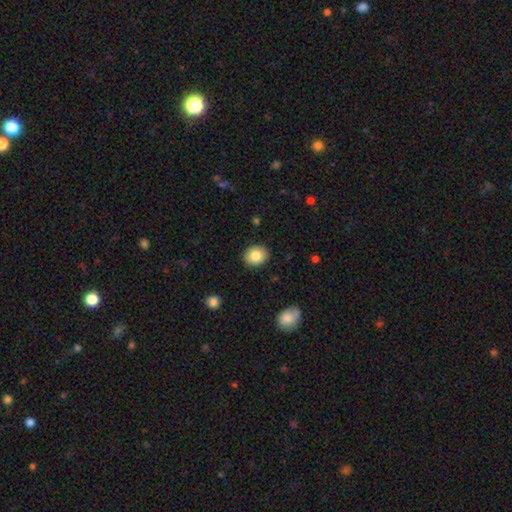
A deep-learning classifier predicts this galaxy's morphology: A smooth galaxy with no disk features (82%) that is round (60%). Merging: none (89%).